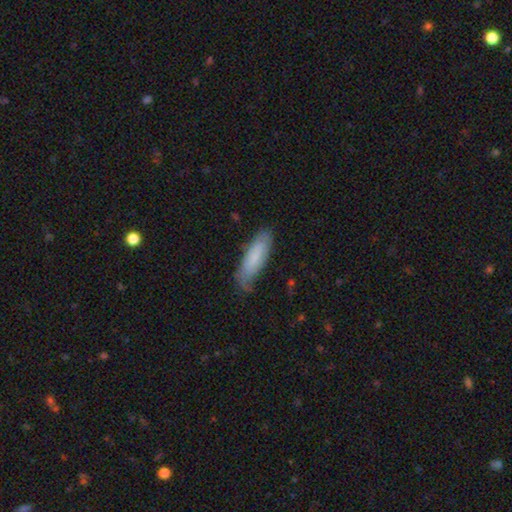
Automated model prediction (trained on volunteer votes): Smooth or featured?
  - smooth: 72% *
  - featured or disk: 22%
  - star or artifact: 6%
How rounded?
  - cigar-shaped: 53% *
  - in between: 46%
  - round: 1%
Merging?
  - none: 69% *
  - minor disturbance: 24%
  - major disturbance: 5%
  - merger: 1%